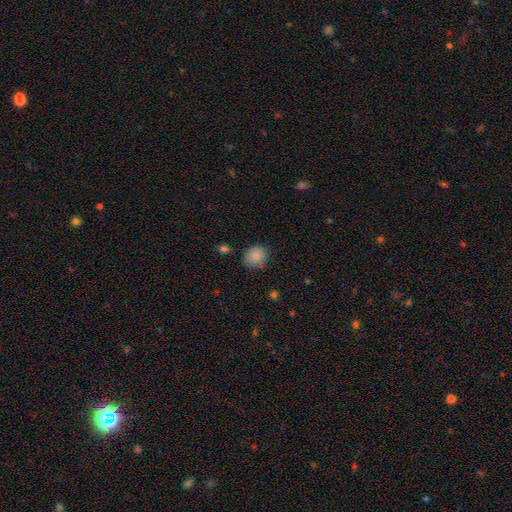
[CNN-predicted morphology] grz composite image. It shows a smooth galaxy with no disk features (86%) that is round (64%). Merging: none (69%).